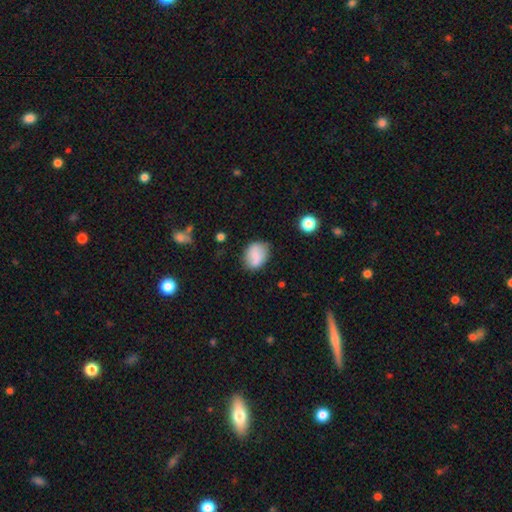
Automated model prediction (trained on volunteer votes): Morphology: type=smooth (77%); roundness=in between (62%); merging=none (70%).